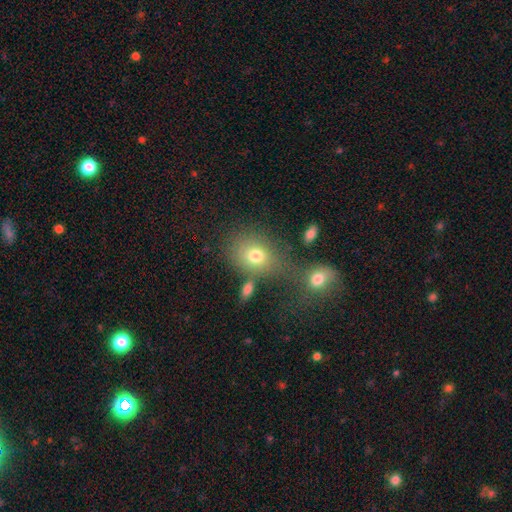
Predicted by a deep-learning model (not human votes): Overall: smooth (73%). How rounded: round (50%; in between 48%). Merging: none (53%; merger 22%).